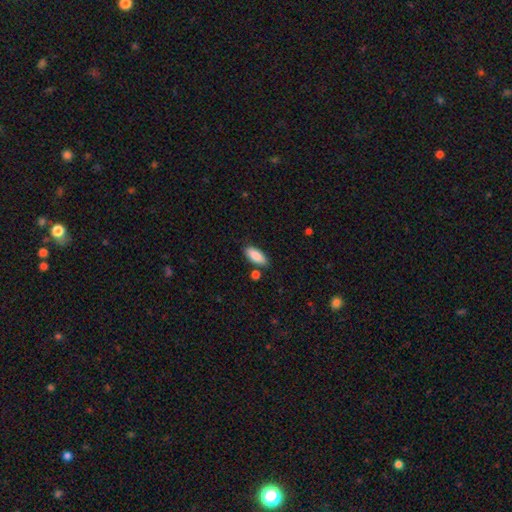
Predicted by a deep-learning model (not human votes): smooth_or_featured: smooth (p=0.88) [alt: star or artifact p=0.06]
how_rounded: in between (p=0.82) [alt: cigar-shaped p=0.15]
merging: none (p=0.80) [alt: minor disturbance p=0.12]